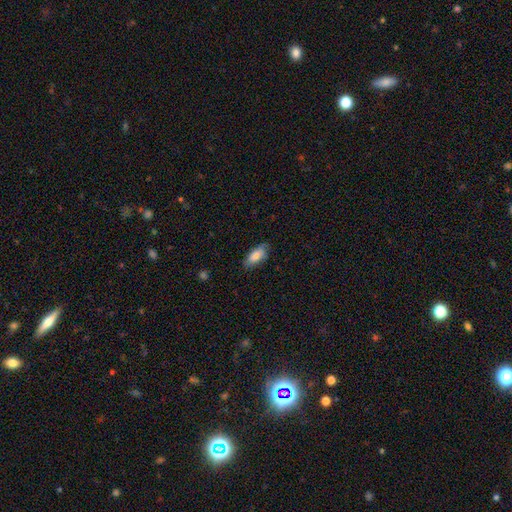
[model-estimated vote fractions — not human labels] A smooth galaxy with no disk features (78%) that is in between round and cigar-shaped (85%). Merging: none (74%).